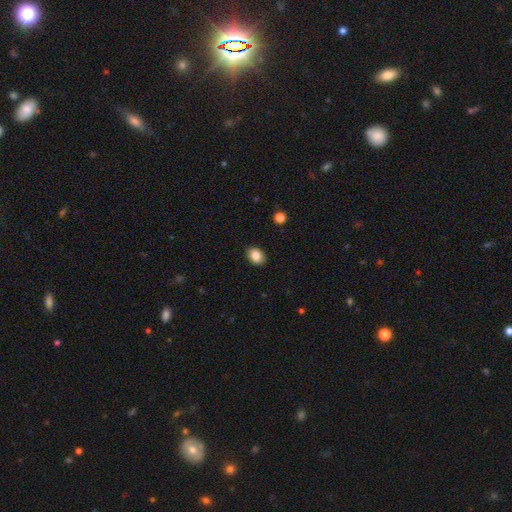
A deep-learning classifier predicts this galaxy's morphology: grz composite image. It shows a smooth galaxy with no disk features (85%) that is in between round and cigar-shaped (67%). Merging: none (89%).